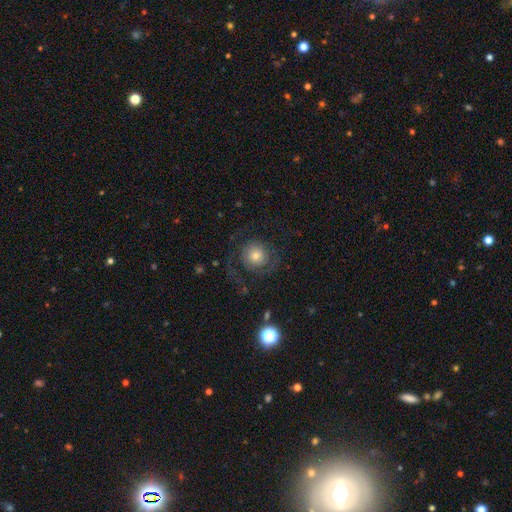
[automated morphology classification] Smooth or featured?
  - featured or disk: 54% *
  - smooth: 36%
  - star or artifact: 10%
Edge-on disk?
  - no: 97% *
  - yes: 3%
Bar?
  - no: 81% *
  - weak: 15%
  - strong: 4%
Spiral arms?
  - yes: 81% *
  - no: 19%
Bulge size?
  - small: 43% *
  - moderate: 42%
  - large: 9%
  - dominant: 4%
  - none: 2%
Merging?
  - none: 66% *
  - major disturbance: 20%
  - minor disturbance: 13%
  - merger: 2%